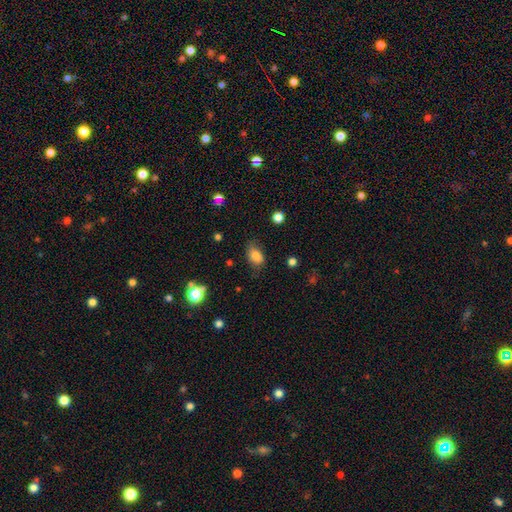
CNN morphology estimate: type=smooth (78%); roundness=in between (83%); merging=none (65%).